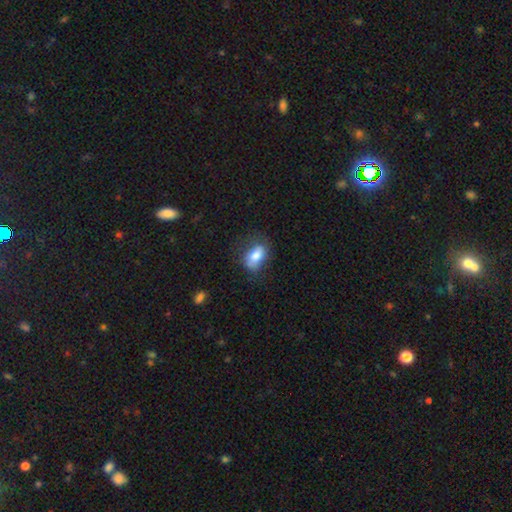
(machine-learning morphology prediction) smooth-or-featured: smooth: 78% | featured or disk: 14% | star or artifact: 7%
  how-rounded: in between: 88% | round: 9% | cigar-shaped: 3%
  merging: none: 62% | minor disturbance: 26% | major disturbance: 11% | merger: 2%